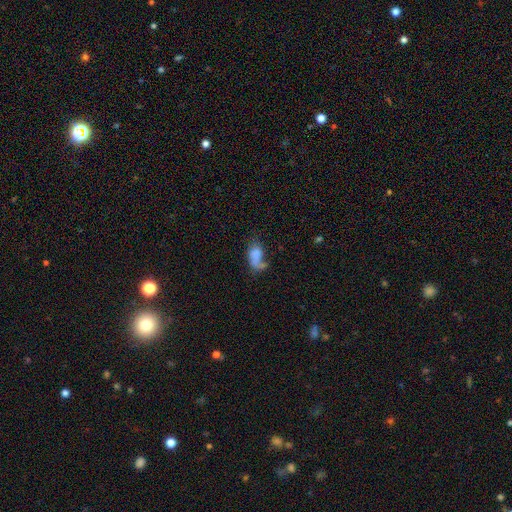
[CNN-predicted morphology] The model was most divided on "merging": major disturbance: 41%, none: 25%, minor disturbance: 20%, merger: 15%. More confident: how rounded — in between (88%); smooth or featured — smooth (62%).